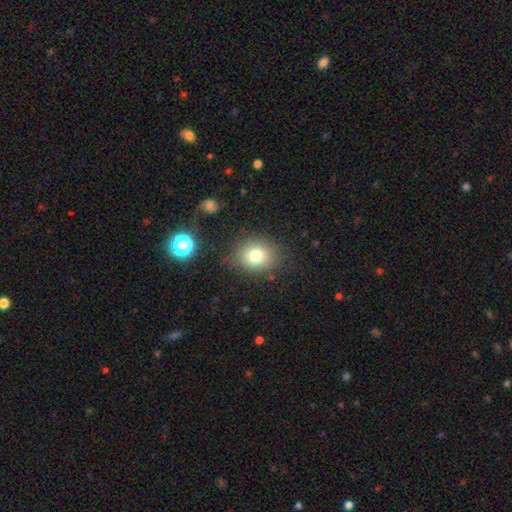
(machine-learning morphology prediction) Q: Smooth or featured?
A: smooth (78%); runner-up: star or artifact (13%)
Q: How rounded?
A: round (64%); runner-up: in between (35%)
Q: Merging?
A: none (83%); runner-up: minor disturbance (11%)